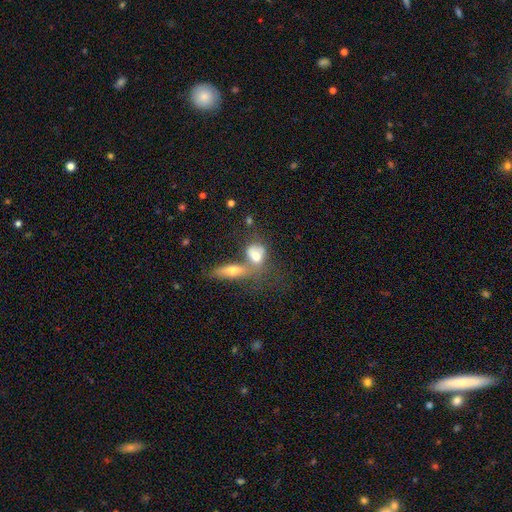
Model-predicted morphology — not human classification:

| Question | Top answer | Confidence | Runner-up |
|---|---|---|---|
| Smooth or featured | smooth | 65% | featured or disk (26%) |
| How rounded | in between | 64% | round (30%) |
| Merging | merger | 54% | none (26%) |